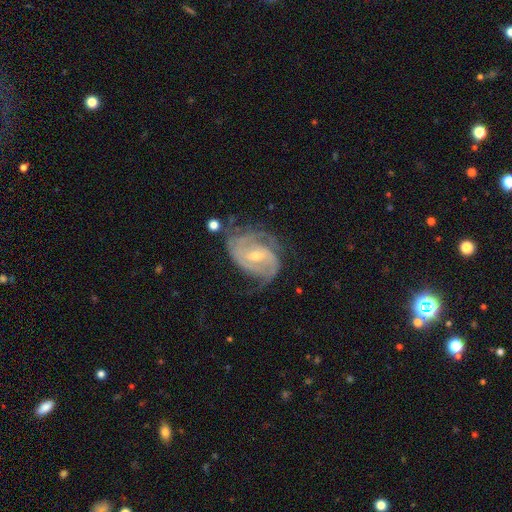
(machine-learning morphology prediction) Smooth or featured?
  - featured or disk: 87% *
  - smooth: 7%
  - star or artifact: 6%
Edge-on disk?
  - no: 97% *
  - yes: 3%
Bar?
  - weak: 48% *
  - no: 28%
  - strong: 24%
Spiral arms?
  - yes: 96% *
  - no: 4%
Spiral winding?
  - tight: 51% *
  - medium: 38%
  - loose: 11%
Spiral arm count?
  - 2: 47% *
  - 3: 20%
  - can't tell: 19%
  - 4: 5%
  - 1: 4%
  - more than 4: 3%
Bulge size?
  - small: 53% *
  - moderate: 44%
  - large: 1%
  - none: 1%
  - dominant: 1%
Merging?
  - none: 59% *
  - minor disturbance: 23%
  - major disturbance: 14%
  - merger: 3%